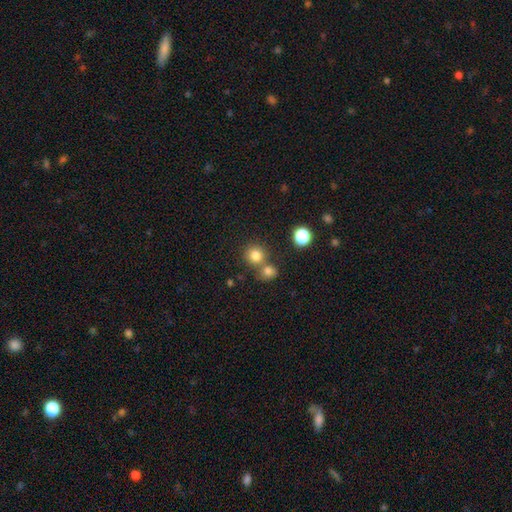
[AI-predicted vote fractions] The model was most divided on "merging": none: 61%, merger: 29%, minor disturbance: 7%, major disturbance: 3%. More confident: how rounded — round (90%); smooth or featured — smooth (80%).